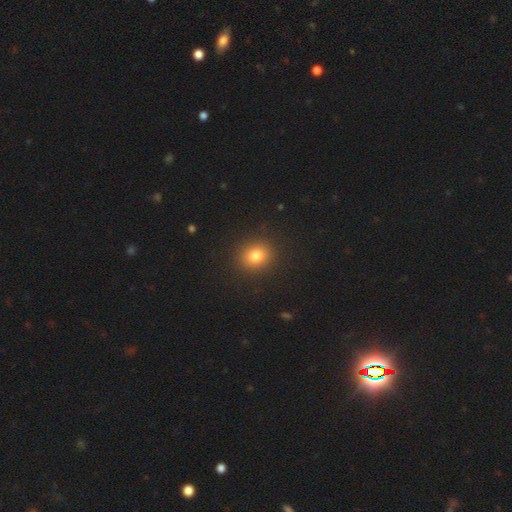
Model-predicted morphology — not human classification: Overall: smooth (80%). How rounded: round (69%; in between 30%). Merging: none (90%).